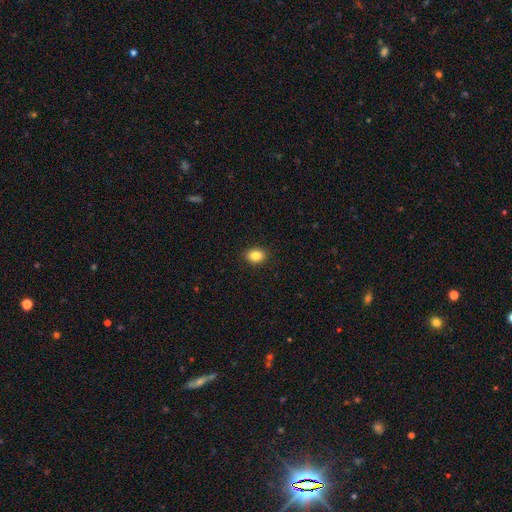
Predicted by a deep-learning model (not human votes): smooth_or_featured: smooth (p=0.84) [alt: star or artifact p=0.10]
how_rounded: in between (p=0.56) [alt: round p=0.43]
merging: none (p=0.90) [alt: minor disturbance p=0.07]